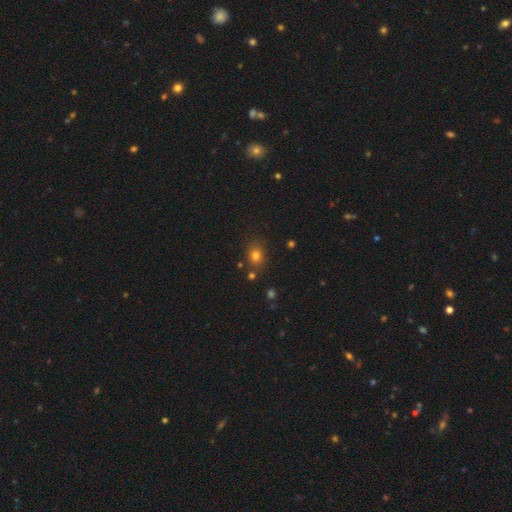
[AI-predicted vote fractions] Smooth or featured: smooth — 76% (star or artifact — 16%)
How rounded: round — 58% (in between — 41%)
Merging: none — 80% (minor disturbance — 11%)